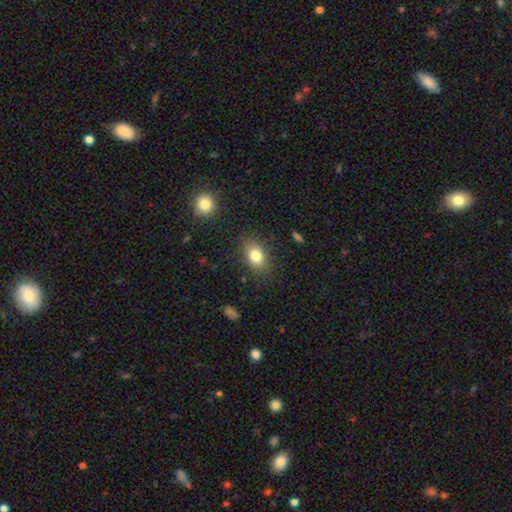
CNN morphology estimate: Smooth or featured: smooth — 80% (featured or disk — 10%)
How rounded: in between — 79% (round — 19%)
Merging: none — 83% (minor disturbance — 12%)